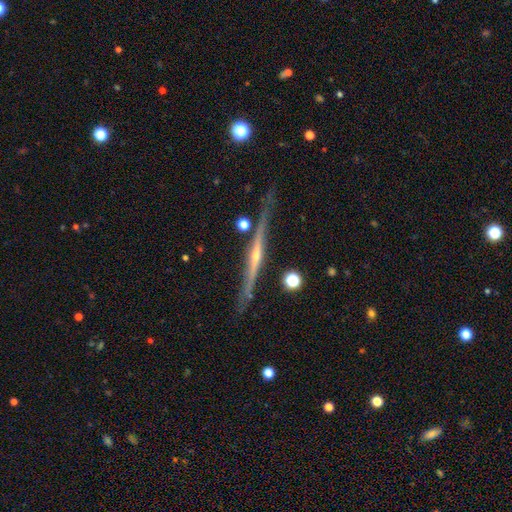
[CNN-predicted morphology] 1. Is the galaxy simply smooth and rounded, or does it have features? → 82% featured or disk, 12% smooth, 6% star or artifact.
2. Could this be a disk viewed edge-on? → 97% yes, 3% no.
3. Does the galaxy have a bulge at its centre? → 73% rounded, 21% none, 5% boxy.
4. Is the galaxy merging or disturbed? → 80% none, 14% minor disturbance, 3% merger, 3% major disturbance.